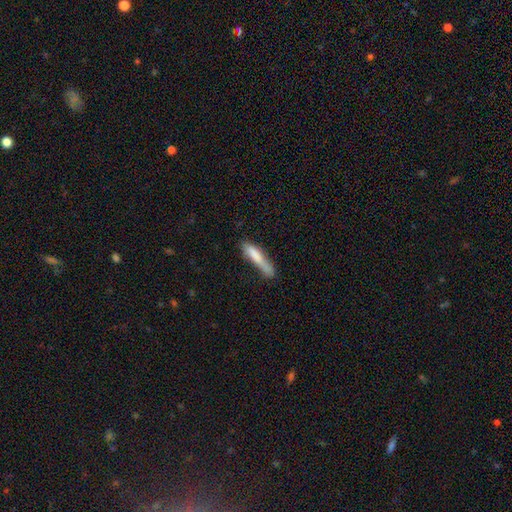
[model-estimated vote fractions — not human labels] Smooth or featured? smooth (77%)
How rounded? cigar-shaped (85%)
Merging? none (50%)